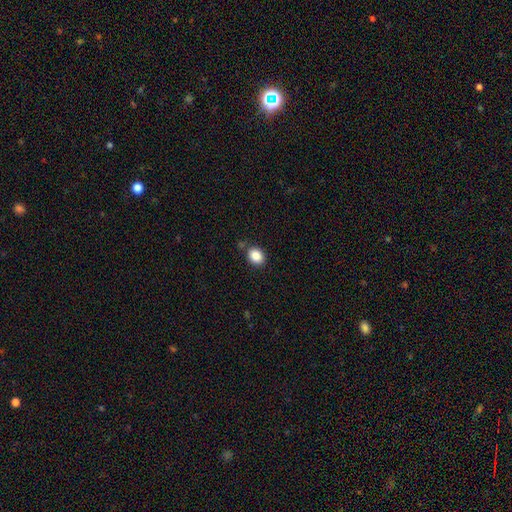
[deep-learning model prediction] Smooth or featured? smooth (87%)
How rounded? in between (55%)
Merging? none (83%)